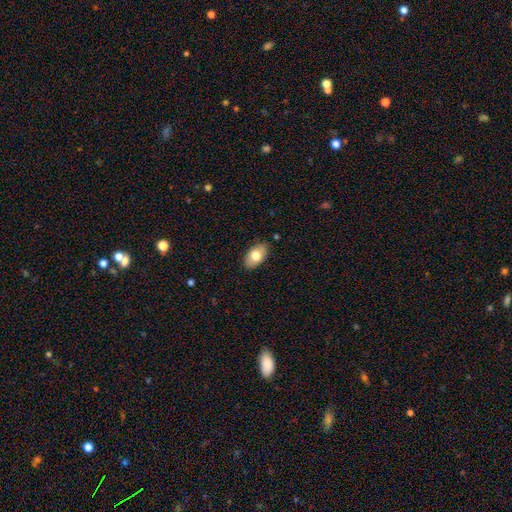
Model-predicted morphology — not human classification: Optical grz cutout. It shows a smooth galaxy with no disk features (75%) that is in between round and cigar-shaped (93%). Merging: none (86%).